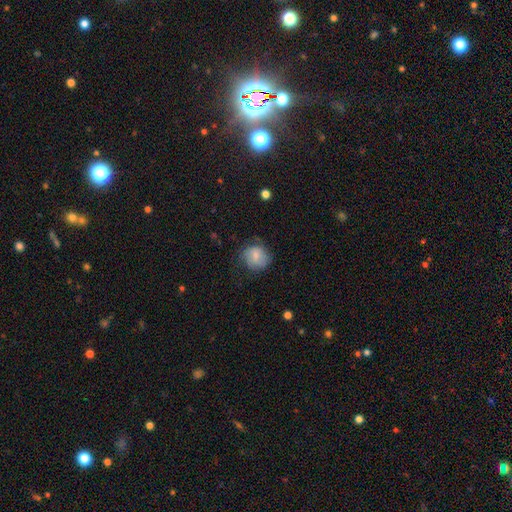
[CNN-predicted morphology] A smooth galaxy with no disk features (73%) that is round (77%).

Vote fractions:
- Smooth or featured? smooth: 73% / featured or disk: 20% / star or artifact: 8%
- How rounded? round: 77% / in between: 22% / cigar-shaped: 1%
- Merging? none: 61% / minor disturbance: 27% / major disturbance: 10% / merger: 1%